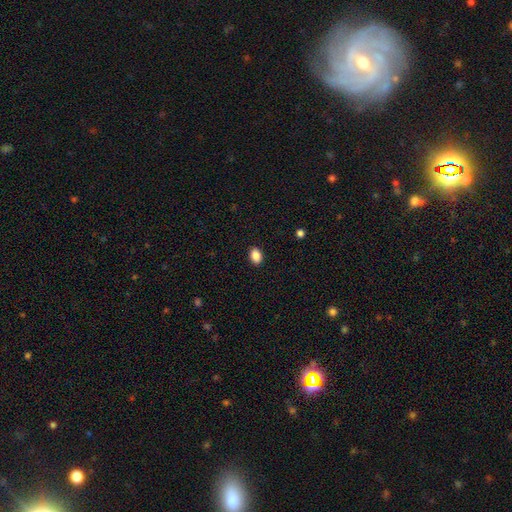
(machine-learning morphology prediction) A smooth galaxy with no disk features (88%) that is in between round and cigar-shaped (81%). Merging: none (90%).